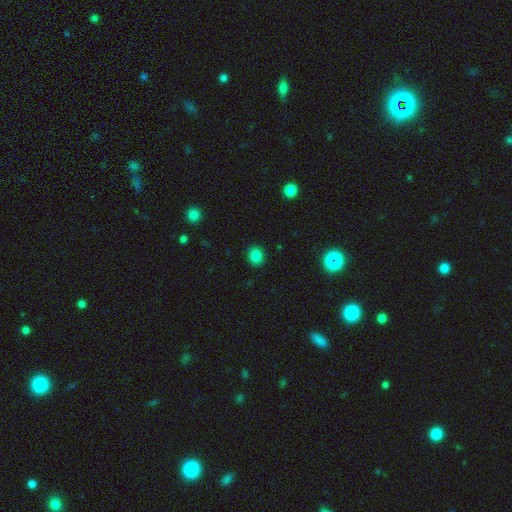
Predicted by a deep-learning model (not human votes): smooth 83%, star or artifact 12%, featured or disk 5%. Down the decision tree: how rounded — round (68%); merging — none (89%).